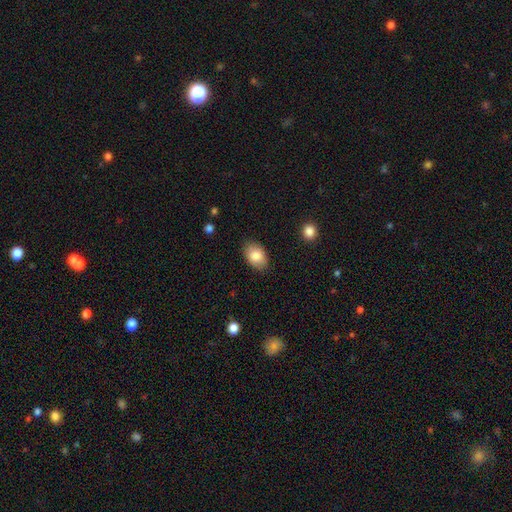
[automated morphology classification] Overall: smooth (85%). How rounded: in between (85%). Merging: none (84%).